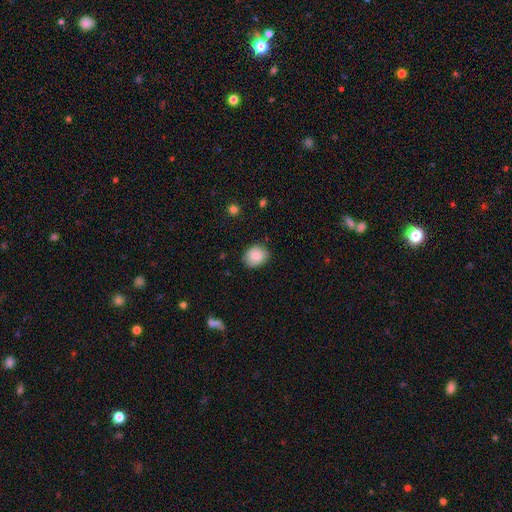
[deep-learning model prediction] The model was most divided on "how rounded": round: 62%, in between: 37%, cigar-shaped: 1%. More confident: smooth or featured — smooth (86%); merging — none (82%).